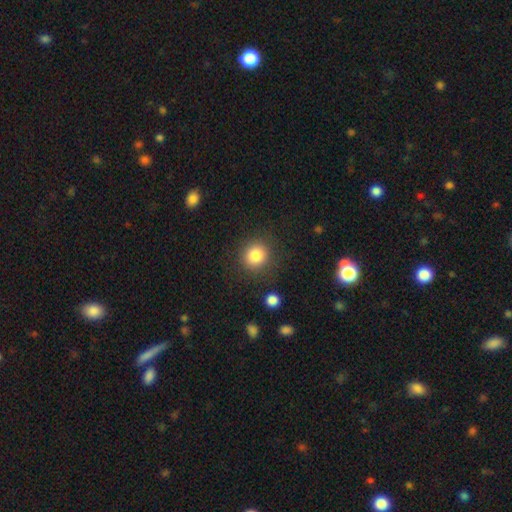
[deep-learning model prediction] A smooth galaxy with no disk features (84%) that is round (86%). Merging: none (86%).